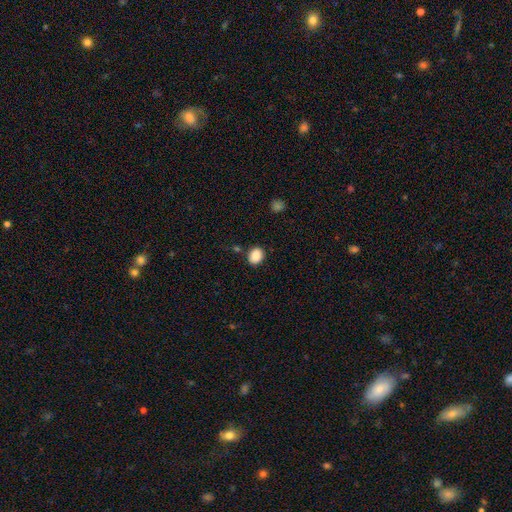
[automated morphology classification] smooth_or_featured: smooth (p=0.87) [alt: star or artifact p=0.09]
how_rounded: round (p=0.58) [alt: in between p=0.41]
merging: none (p=0.84) [alt: minor disturbance p=0.10]